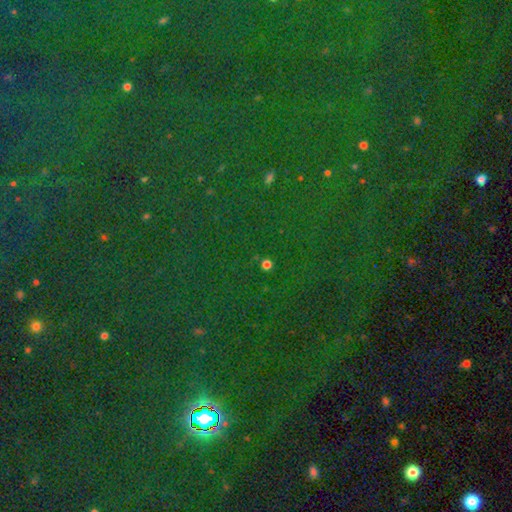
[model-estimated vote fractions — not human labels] The model was most divided on "smooth or featured": star or artifact: 81%, smooth: 11%, featured or disk: 8%.